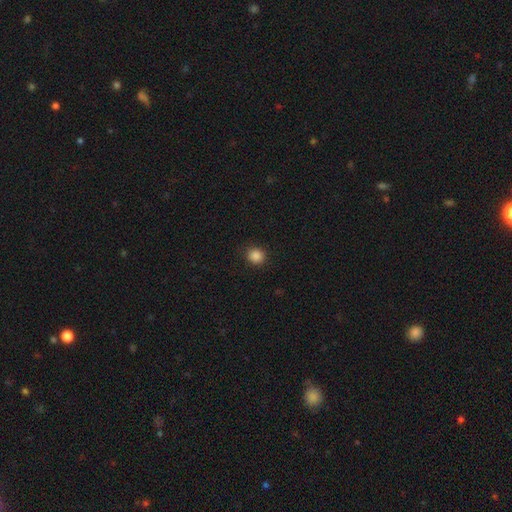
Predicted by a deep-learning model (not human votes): smooth_or_featured: smooth (p=0.87) [alt: star or artifact p=0.11]
how_rounded: round (p=0.86) [alt: in between p=0.13]
merging: none (p=0.89) [alt: minor disturbance p=0.07]